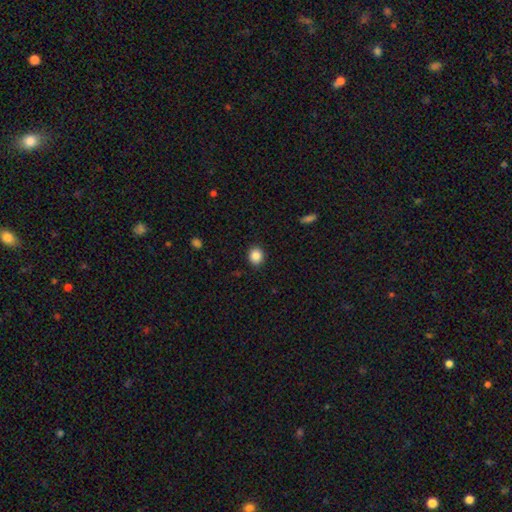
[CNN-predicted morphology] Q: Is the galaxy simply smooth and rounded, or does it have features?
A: smooth — 87%.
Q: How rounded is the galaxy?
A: round — 71%.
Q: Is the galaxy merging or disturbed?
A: none — 90%.